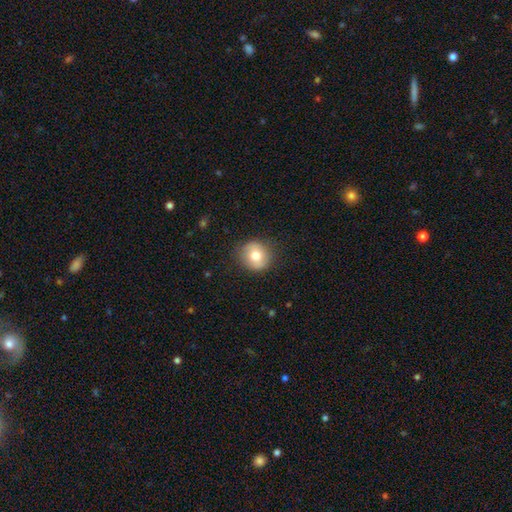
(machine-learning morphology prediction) Smooth or featured: smooth — 73% (featured or disk — 18%)
How rounded: round — 85% (in between — 14%)
Merging: none — 85% (minor disturbance — 11%)